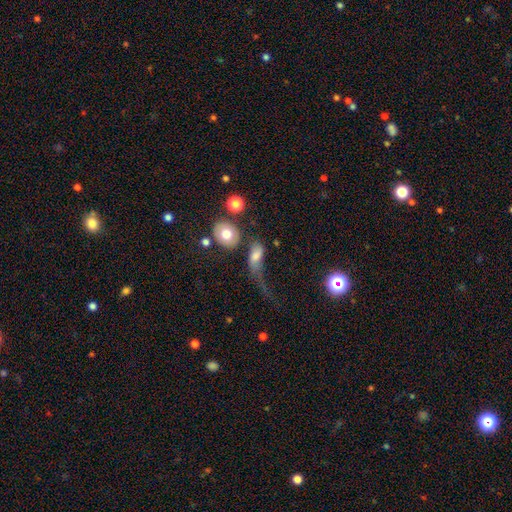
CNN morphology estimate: smooth_or_featured: smooth (p=0.70) [alt: featured or disk p=0.20]
how_rounded: in between (p=0.75) [alt: round p=0.18]
merging: major disturbance (p=0.51) [alt: none p=0.21]